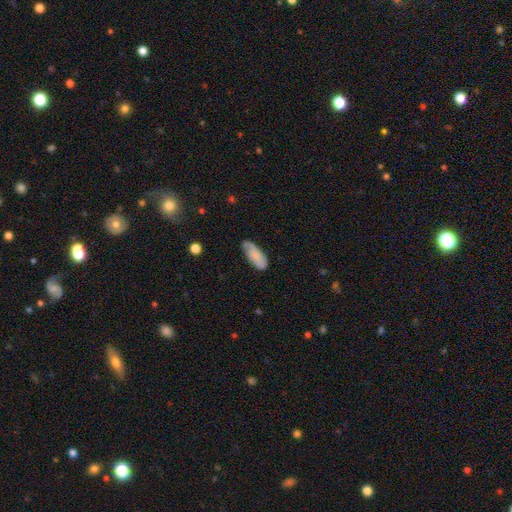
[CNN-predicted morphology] A smooth galaxy with no disk features (71%) that is in between round and cigar-shaped (83%). Merging: none (60%).